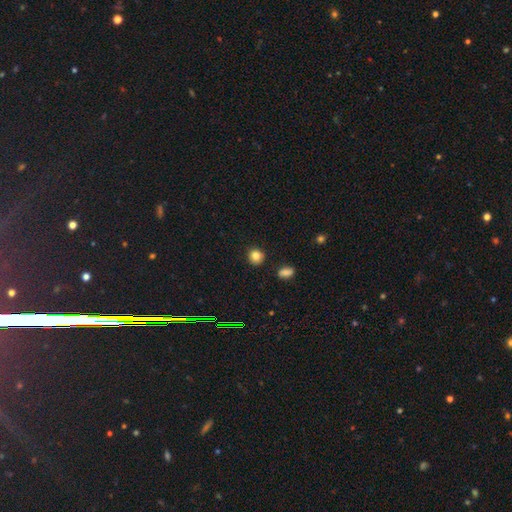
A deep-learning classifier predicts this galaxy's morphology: smooth-or-featured: smooth: 82% | star or artifact: 12% | featured or disk: 6%
  how-rounded: round: 85% | in between: 14% | cigar-shaped: 1%
  merging: none: 88% | minor disturbance: 8% | merger: 2% | major disturbance: 2%